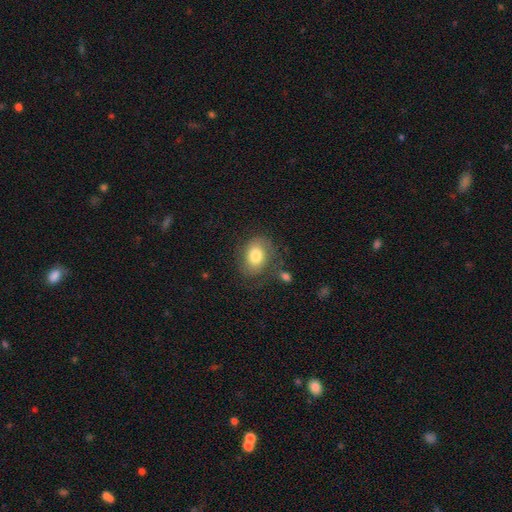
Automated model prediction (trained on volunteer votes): Smooth or featured?
  - smooth: 62% *
  - featured or disk: 30%
  - star or artifact: 8%
How rounded?
  - in between: 65% *
  - round: 33%
  - cigar-shaped: 1%
Merging?
  - none: 56% *
  - minor disturbance: 22%
  - major disturbance: 16%
  - merger: 6%